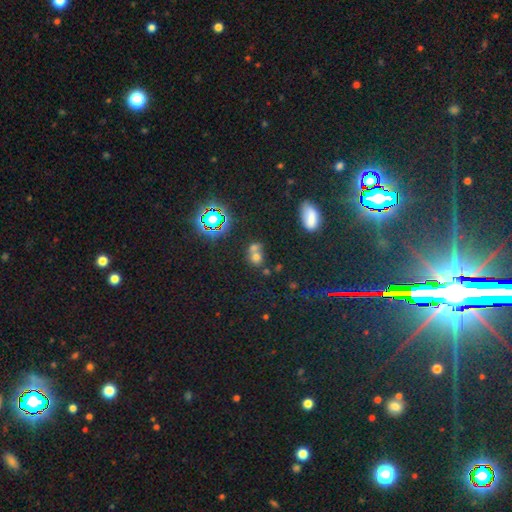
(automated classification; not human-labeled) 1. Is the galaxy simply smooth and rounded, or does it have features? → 55% smooth, 31% star or artifact, 14% featured or disk.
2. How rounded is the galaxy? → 66% round, 31% in between, 2% cigar-shaped.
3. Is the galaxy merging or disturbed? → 51% merger, 36% none, 9% minor disturbance, 5% major disturbance.